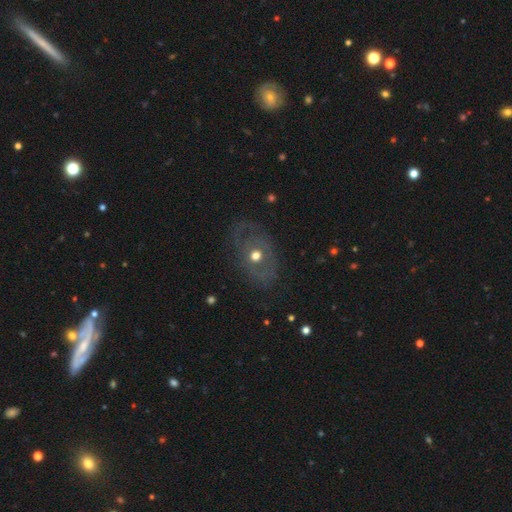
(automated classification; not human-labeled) Smooth or featured: featured or disk — 58% (smooth — 32%)
Edge-on disk: no — 94% (yes — 6%)
Bar: no — 87% (weak — 9%)
Spiral arms: no — 65% (yes — 35%)
Bulge size: moderate — 78% (small — 13%)
Merging: none — 68% (minor disturbance — 18%)